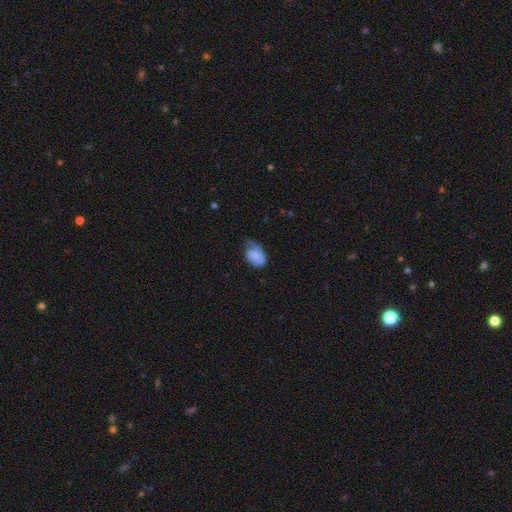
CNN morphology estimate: This appears to be a smooth galaxy with no disk features (67%) that is in between round and cigar-shaped (86%). Merging: minor disturbance (39%).